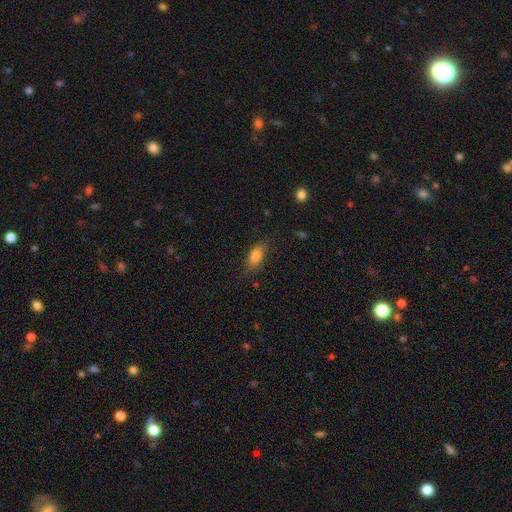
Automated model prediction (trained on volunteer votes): Smooth or featured? Predicted: smooth (p=0.81). How rounded? Predicted: in between (p=0.83). Merging? Predicted: none (p=0.72).